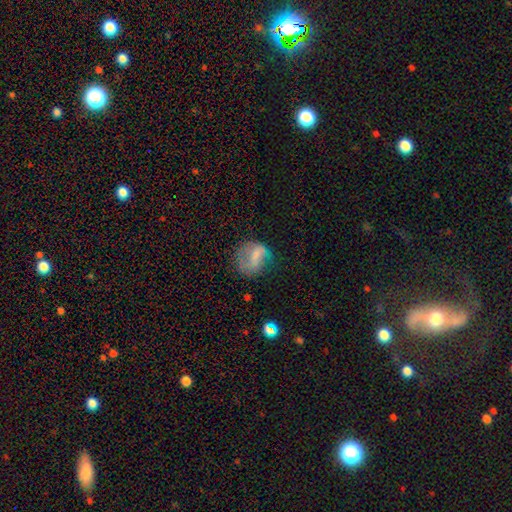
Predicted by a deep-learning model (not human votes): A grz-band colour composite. It shows a smooth galaxy with no disk features (57%) that is in between round and cigar-shaped (51%). Merging: none (40%).